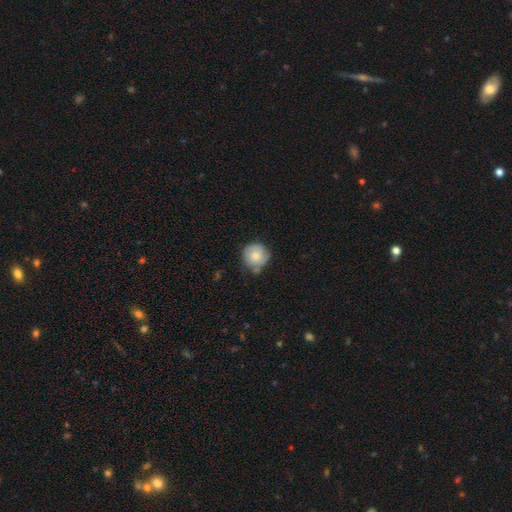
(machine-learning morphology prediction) Smooth or featured?
  - smooth: 68% *
  - featured or disk: 25%
  - star or artifact: 7%
How rounded?
  - round: 91% *
  - in between: 8%
  - cigar-shaped: 1%
Merging?
  - none: 62% *
  - minor disturbance: 26%
  - merger: 6%
  - major disturbance: 5%